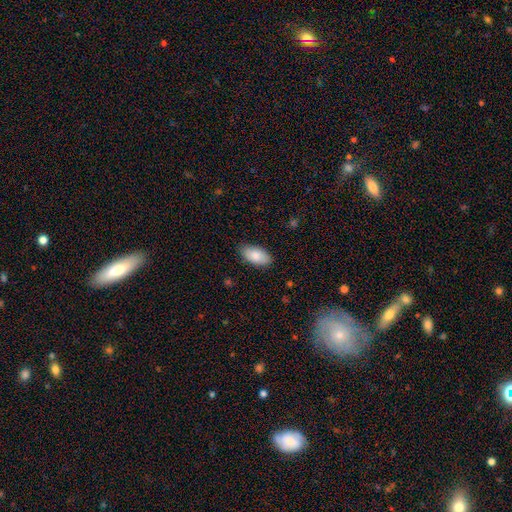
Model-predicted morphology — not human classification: The model was most divided on "merging": none: 85%, minor disturbance: 12%, major disturbance: 2%, merger: 1%. More confident: how rounded — in between (94%); smooth or featured — smooth (85%).